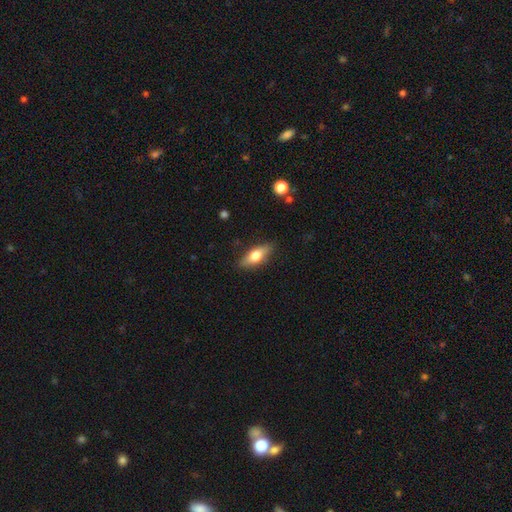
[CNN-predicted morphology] Smooth or featured: smooth — 62% (featured or disk — 32%)
How rounded: in between — 67% (cigar-shaped — 29%)
Merging: none — 84% (minor disturbance — 12%)